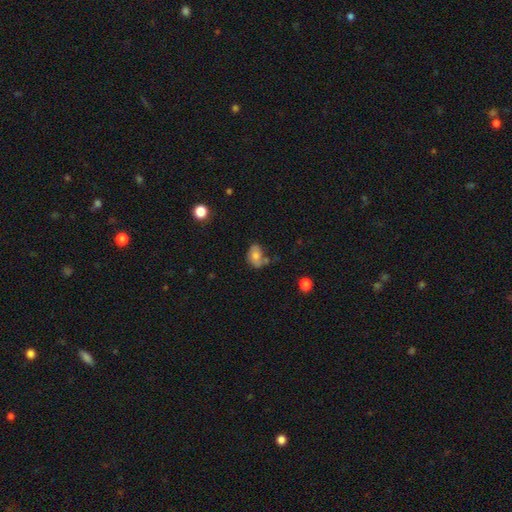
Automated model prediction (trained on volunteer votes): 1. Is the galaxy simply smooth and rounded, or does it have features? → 70% smooth, 20% featured or disk, 10% star or artifact.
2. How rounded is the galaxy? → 80% in between, 19% round, 1% cigar-shaped.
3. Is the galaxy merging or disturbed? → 43% none, 27% minor disturbance, 18% merger, 12% major disturbance.